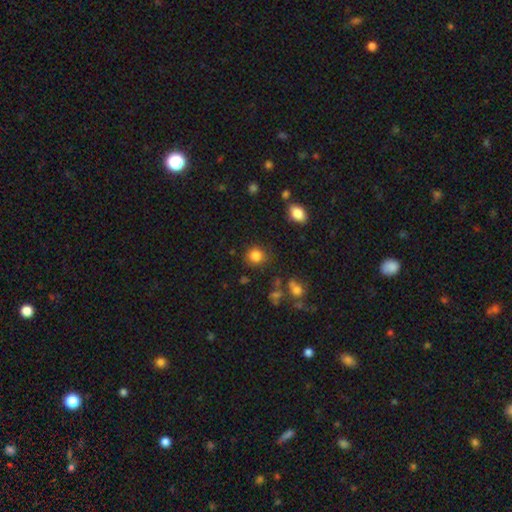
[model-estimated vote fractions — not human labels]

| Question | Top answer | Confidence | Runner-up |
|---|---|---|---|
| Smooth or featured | smooth | 84% | star or artifact (11%) |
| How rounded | round | 85% | in between (14%) |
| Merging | none | 83% | minor disturbance (11%) |